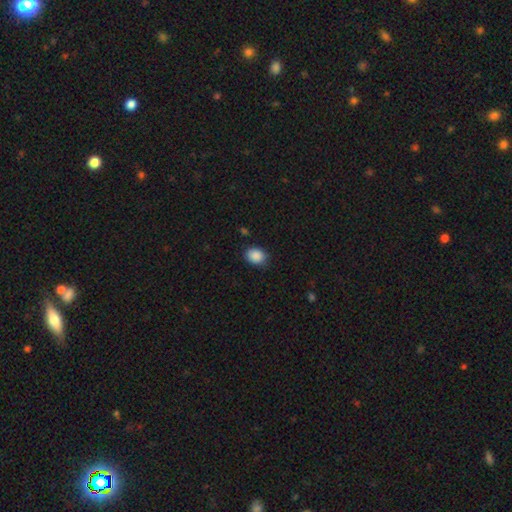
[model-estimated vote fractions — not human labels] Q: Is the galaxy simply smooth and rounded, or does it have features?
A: smooth — 89%.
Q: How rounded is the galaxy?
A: in between — 57%.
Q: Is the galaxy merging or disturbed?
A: none — 82%.